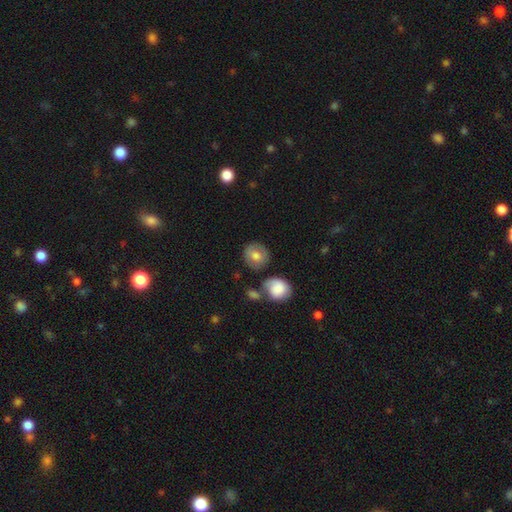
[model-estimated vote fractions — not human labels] Morphology: type=smooth (72%); roundness=round (84%); merging=none (76%).